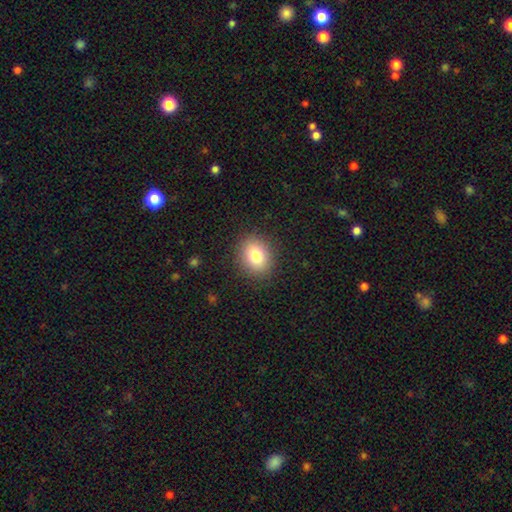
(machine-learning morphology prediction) Q: Smooth or featured?
A: smooth (80%); runner-up: star or artifact (10%)
Q: How rounded?
A: round (52%); runner-up: in between (47%)
Q: Merging?
A: none (88%); runner-up: minor disturbance (8%)